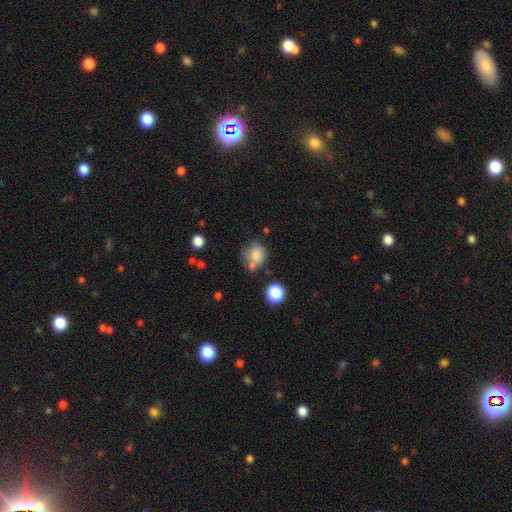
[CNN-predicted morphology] The model was most divided on "merging": none: 51%, minor disturbance: 21%, merger: 20%, major disturbance: 9%. More confident: smooth or featured — smooth (79%); how rounded — round (68%).